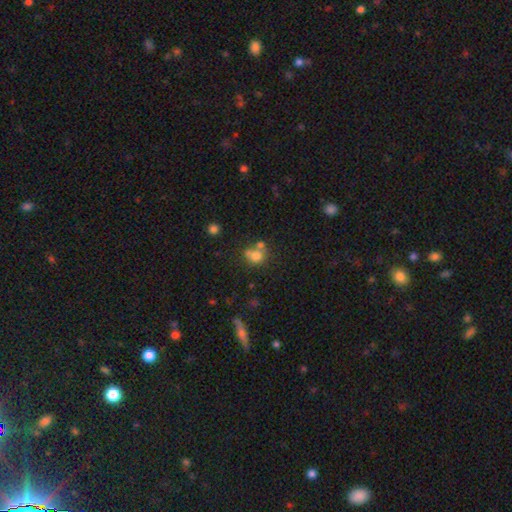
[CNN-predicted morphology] type=smooth (72%); roundness=round (72%); merging=none (43%).